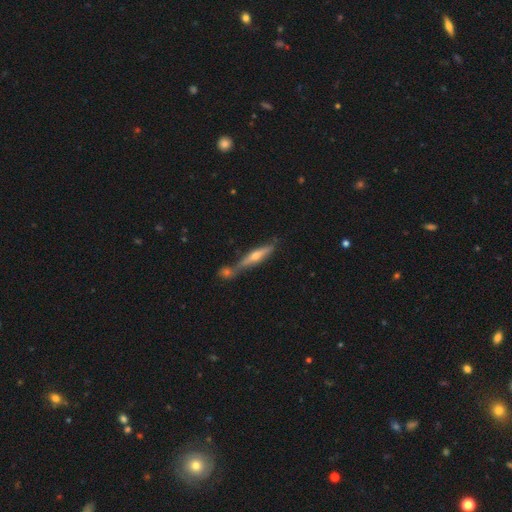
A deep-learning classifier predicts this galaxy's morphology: Q: Smooth or featured?
A: featured or disk (67%); runner-up: smooth (26%)
Q: Edge-on disk?
A: yes (93%); runner-up: no (7%)
Q: Edge-on bulge?
A: rounded (84%); runner-up: none (10%)
Q: Merging?
A: none (58%); runner-up: merger (26%)